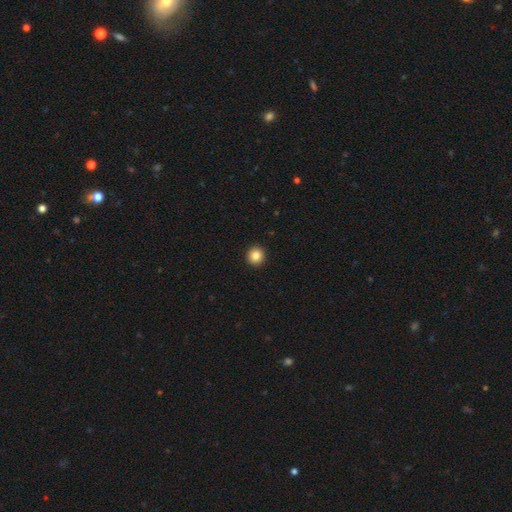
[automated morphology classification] Smooth or featured? Predicted: smooth (p=0.85). How rounded? Predicted: round (p=0.94). Merging? Predicted: none (p=0.94).